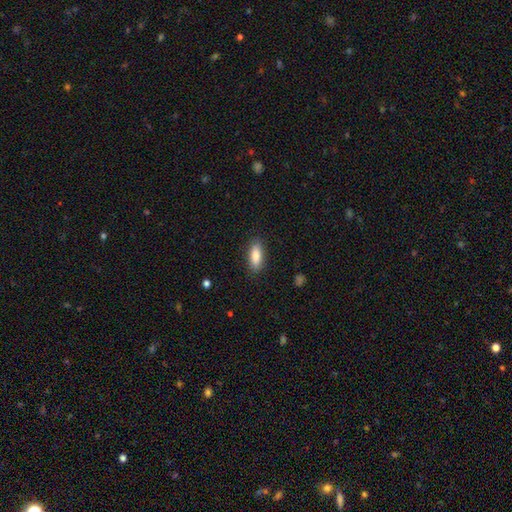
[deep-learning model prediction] The model was most divided on "how rounded": in between: 69%, cigar-shaped: 28%, round: 2%. More confident: merging — none (87%); smooth or featured — smooth (83%).